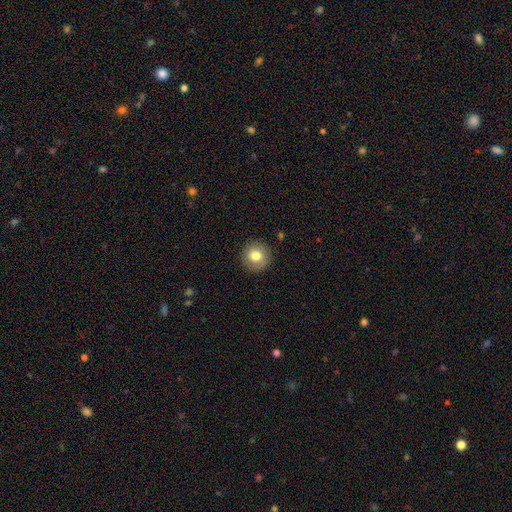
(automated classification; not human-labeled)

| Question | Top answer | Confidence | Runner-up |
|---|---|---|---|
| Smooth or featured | smooth | 79% | featured or disk (12%) |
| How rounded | round | 94% | in between (5%) |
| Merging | none | 90% | minor disturbance (7%) |